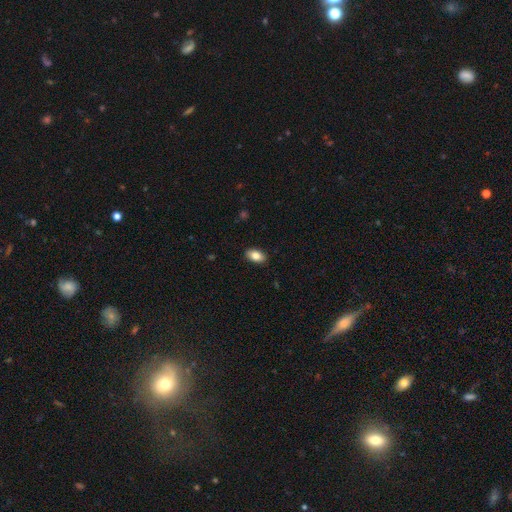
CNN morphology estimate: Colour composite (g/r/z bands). It shows a smooth galaxy with no disk features (83%) that is in between round and cigar-shaped (92%). Merging: none (90%).